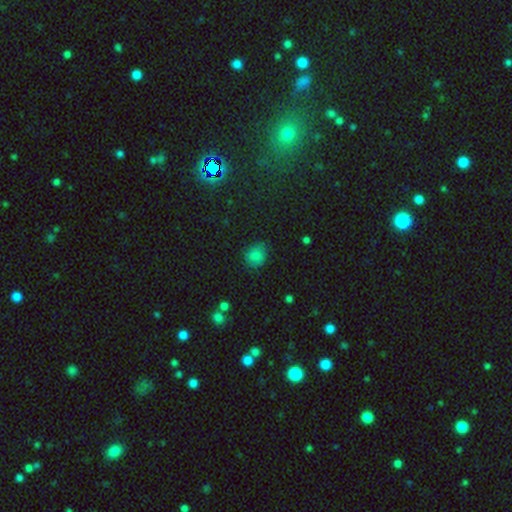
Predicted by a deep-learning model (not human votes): This is likely a smooth galaxy (80%). How rounded: likely round (69%). Merging: likely none (75%).